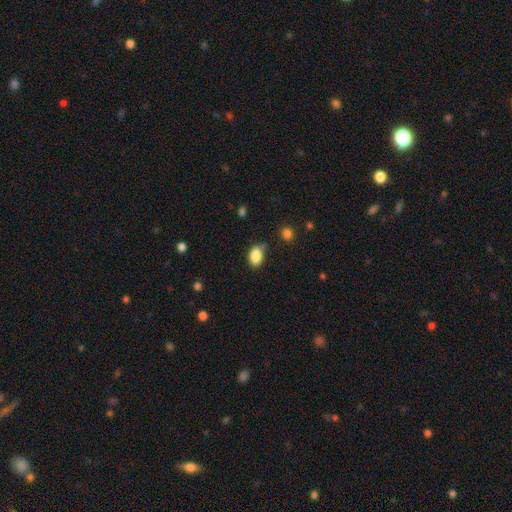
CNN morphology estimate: This appears to be a smooth galaxy with no disk features (87%) that is in between round and cigar-shaped (85%). Merging: none (73%).